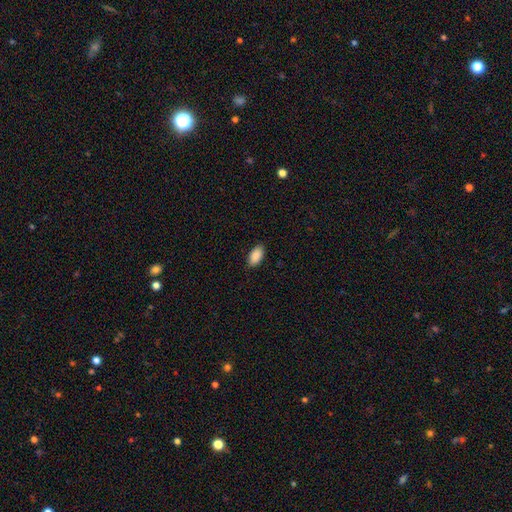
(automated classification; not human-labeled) Smooth or featured: smooth — 90% (star or artifact — 7%)
How rounded: in between — 94% (cigar-shaped — 4%)
Merging: none — 87% (minor disturbance — 10%)